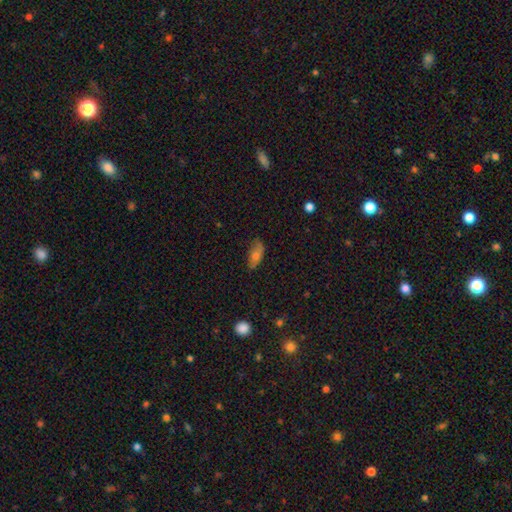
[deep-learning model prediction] smooth 62%, featured or disk 26%, star or artifact 12%. Down the decision tree: how rounded — in between (74%); merging — none (67%).